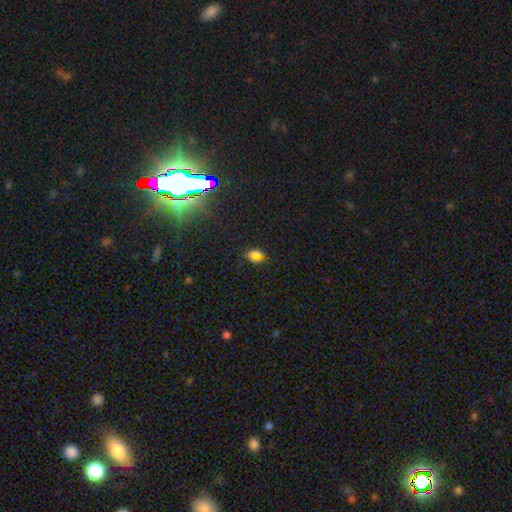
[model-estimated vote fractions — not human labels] smooth 51%, star or artifact 39%, featured or disk 10%. Down the decision tree: how rounded — in between (71%); merging — none (76%).